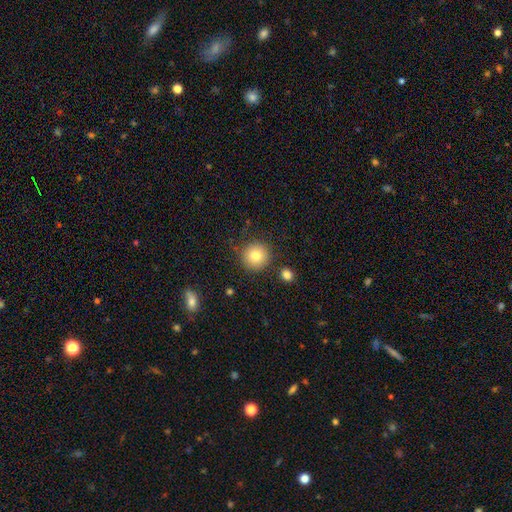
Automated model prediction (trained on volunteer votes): The model was most divided on "smooth or featured": smooth: 81%, star or artifact: 10%, featured or disk: 9%. More confident: how rounded — round (94%); merging — none (85%).